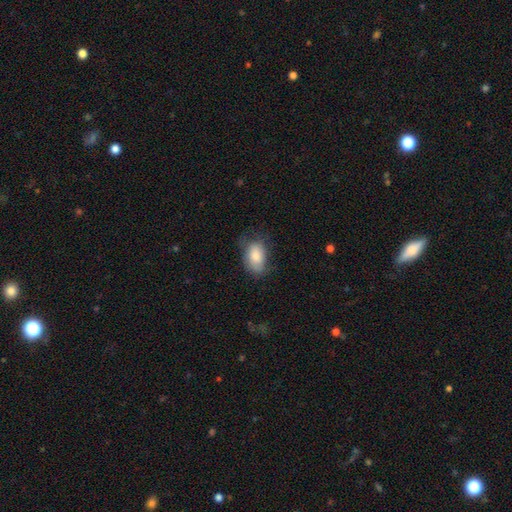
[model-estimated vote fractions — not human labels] smooth_or_featured: smooth (p=0.77) [alt: featured or disk p=0.16]
how_rounded: in between (p=0.91) [alt: round p=0.08]
merging: none (p=0.61) [alt: minor disturbance p=0.27]